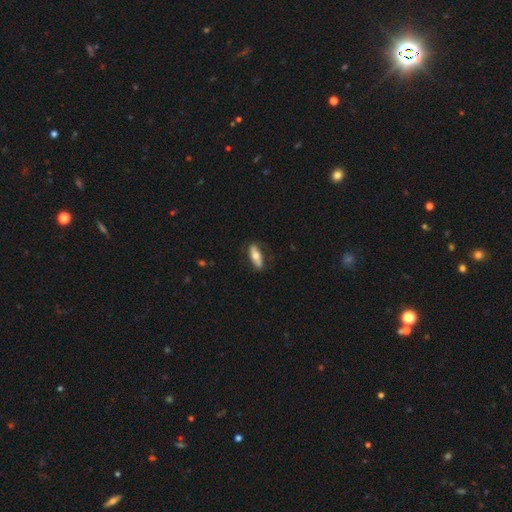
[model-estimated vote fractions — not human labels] The model was most divided on "how rounded": in between: 59%, cigar-shaped: 38%, round: 3%. More confident: merging — none (79%); smooth or featured — smooth (60%).